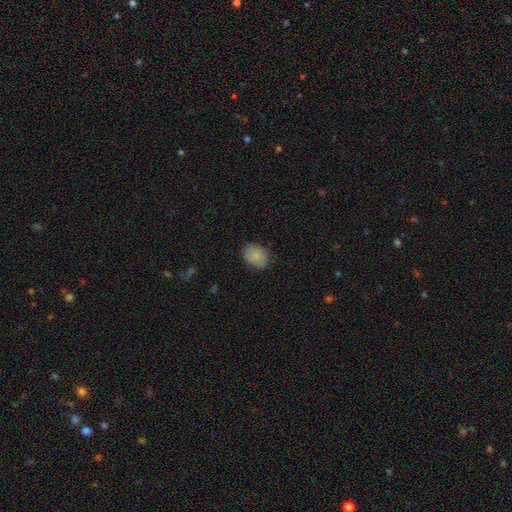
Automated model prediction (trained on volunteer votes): A smooth galaxy with no disk features (84%) that is in between round and cigar-shaped (63%).

Vote fractions:
- Smooth or featured? smooth: 84% / featured or disk: 8% / star or artifact: 8%
- How rounded? in between: 63% / round: 36% / cigar-shaped: 1%
- Merging? none: 81% / minor disturbance: 15% / major disturbance: 3% / merger: 1%